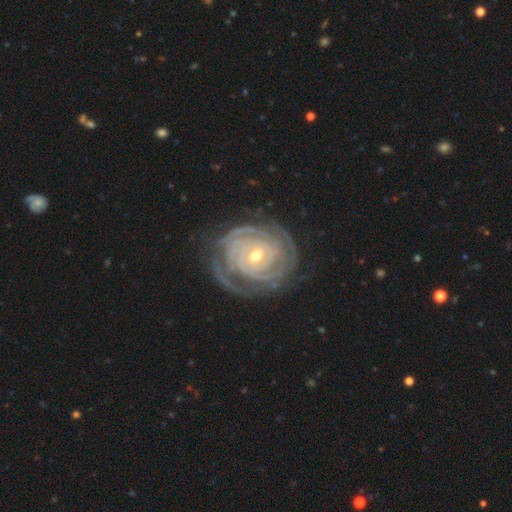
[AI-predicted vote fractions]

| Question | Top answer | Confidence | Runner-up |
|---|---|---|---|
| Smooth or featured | featured or disk | 90% | smooth (5%) |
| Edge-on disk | no | 97% | yes (3%) |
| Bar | no | 60% | weak (27%) |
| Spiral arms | yes | 97% | no (3%) |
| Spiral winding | tight | 87% | medium (11%) |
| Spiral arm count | can't tell | 28% | 2 (20%) |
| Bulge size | small | 53% | moderate (44%) |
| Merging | none | 74% | minor disturbance (16%) |